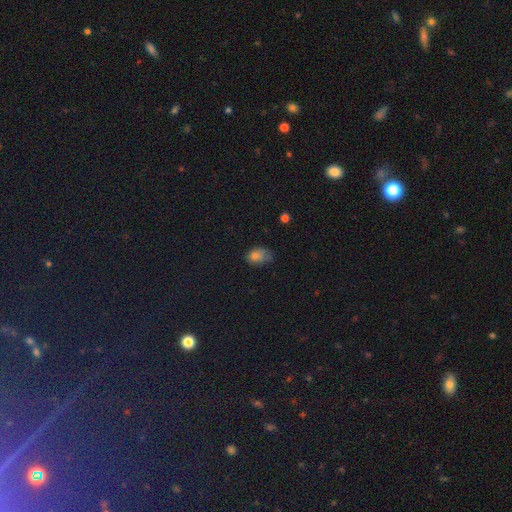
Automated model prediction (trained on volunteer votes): smooth-or-featured: smooth: 76% | star or artifact: 14% | featured or disk: 11%
  how-rounded: in between: 74% | round: 25% | cigar-shaped: 1%
  merging: none: 42% | minor disturbance: 39% | major disturbance: 16% | merger: 3%